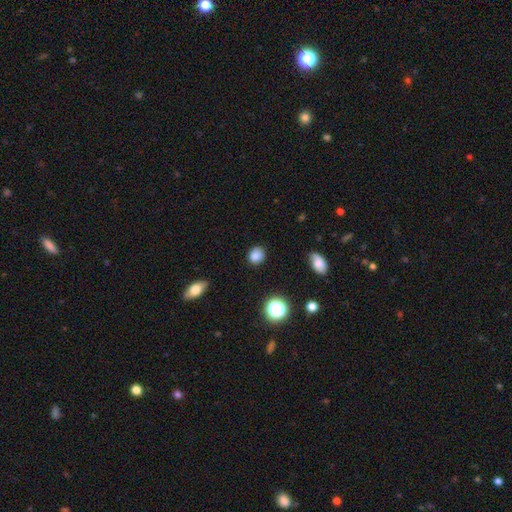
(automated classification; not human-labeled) A smooth galaxy with no disk features (83%) that is round (70%).

Vote fractions:
- Smooth or featured? smooth: 83% / star or artifact: 12% / featured or disk: 5%
- How rounded? round: 70% / in between: 28% / cigar-shaped: 1%
- Merging? none: 84% / minor disturbance: 12% / major disturbance: 3% / merger: 2%